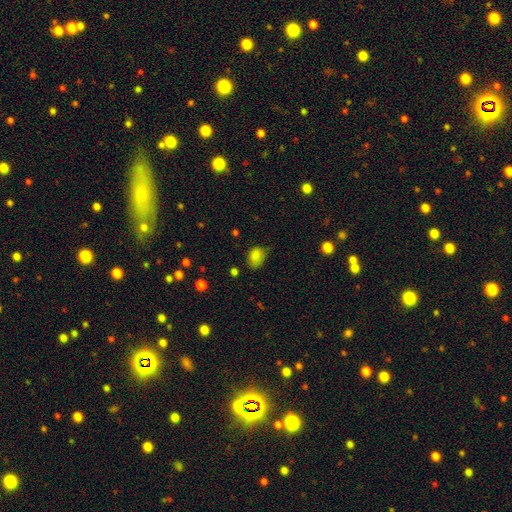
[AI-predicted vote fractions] This appears to be a smooth galaxy with no disk features (83%) that is in between round and cigar-shaped (66%). Merging: none (55%).